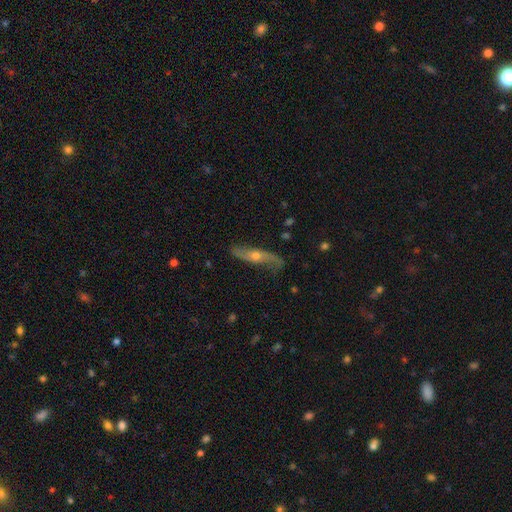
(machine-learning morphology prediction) Overall: featured or disk (75%). Edge-on disk: no (55%; yes 45%). Merging: none (75%).